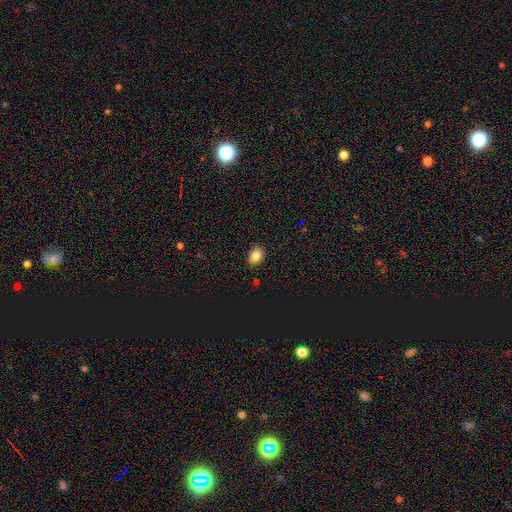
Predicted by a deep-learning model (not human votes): Smooth or featured? smooth (83%)
How rounded? in between (68%)
Merging? none (88%)